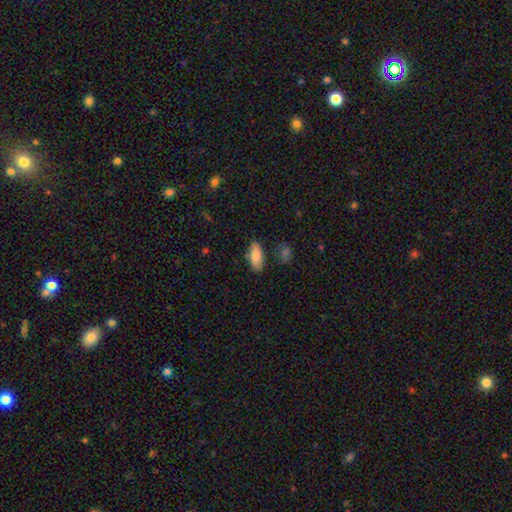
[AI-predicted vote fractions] Smooth or featured? Predicted: smooth (p=0.81). How rounded? Predicted: in between (p=0.83). Merging? Predicted: none (p=0.78).